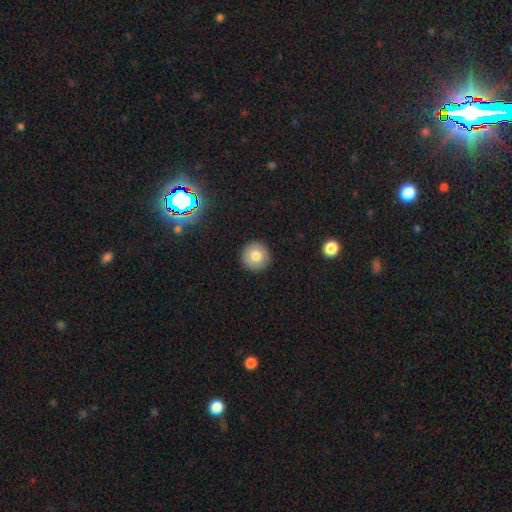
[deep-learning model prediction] Overall: smooth (78%). How rounded: round (95%). Merging: none (92%).